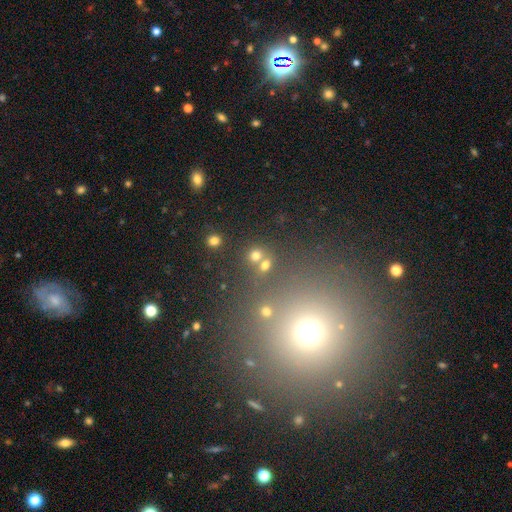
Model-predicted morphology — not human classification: The model was most divided on "merging": none: 65%, merger: 24%, minor disturbance: 8%, major disturbance: 4%. More confident: how rounded — round (82%); smooth or featured — smooth (70%).